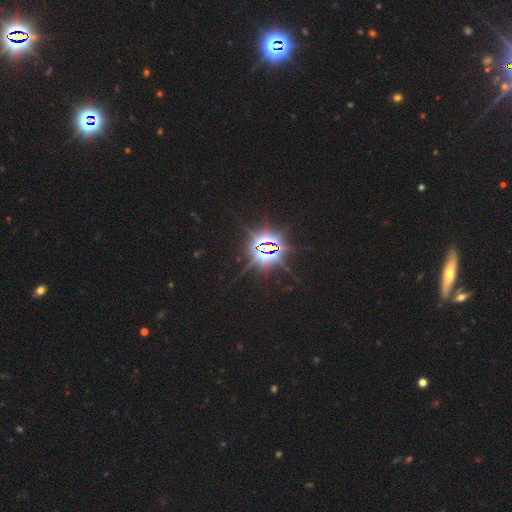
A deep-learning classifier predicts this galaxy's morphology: This is clearly a star or artifact rather than a galaxy (83%).